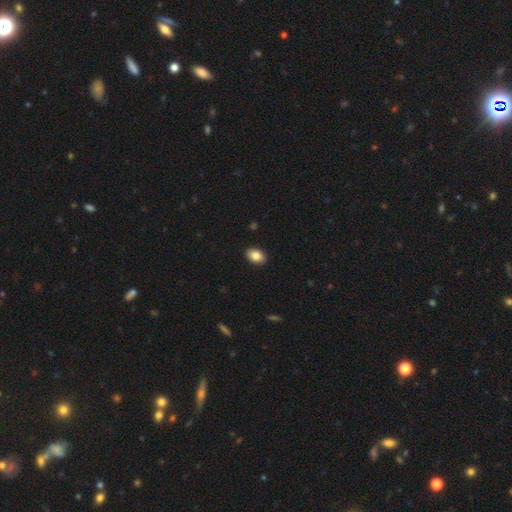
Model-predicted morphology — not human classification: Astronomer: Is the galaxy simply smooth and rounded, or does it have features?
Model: smooth — 86%.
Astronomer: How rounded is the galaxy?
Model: in between — 80%.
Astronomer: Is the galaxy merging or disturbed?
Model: none — 90%.